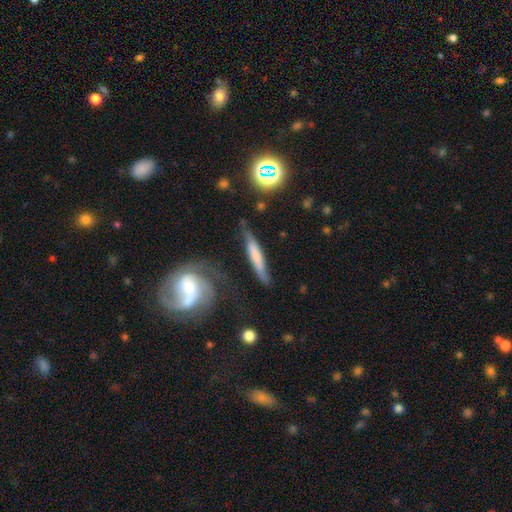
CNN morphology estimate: A smooth galaxy with no disk features (49%). Merging: none (61%).